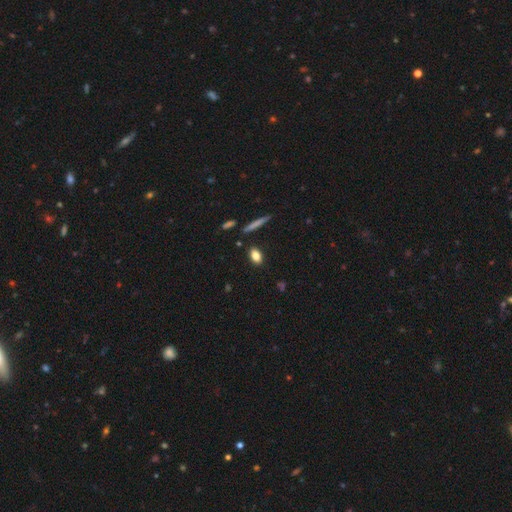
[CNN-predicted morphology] Smooth or featured? smooth (82%)
How rounded? in between (80%)
Merging? none (86%)